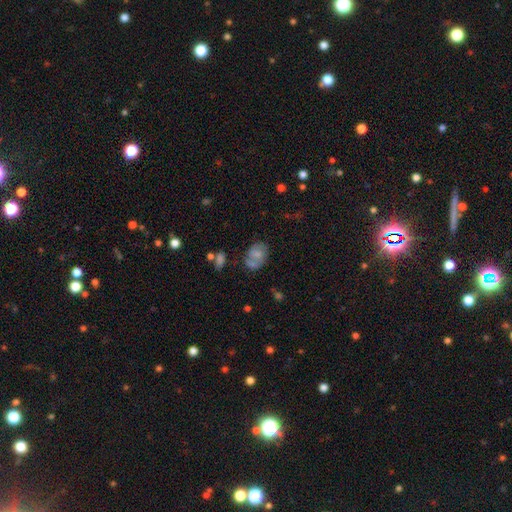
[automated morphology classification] Overall: smooth (63%; featured or disk 27%). How rounded: in between (76%). Merging: none (45%; minor disturbance 23%).